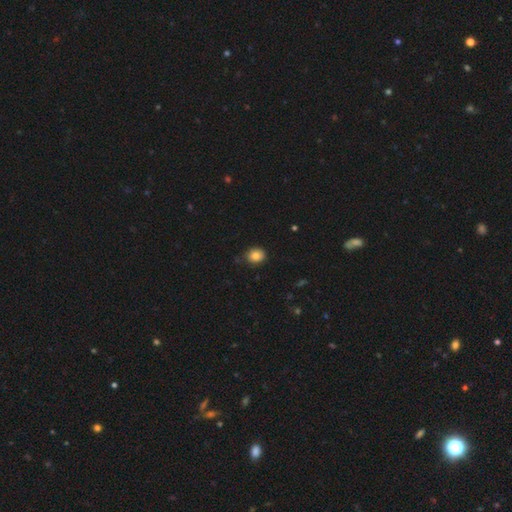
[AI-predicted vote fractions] Smooth or featured? Predicted: smooth (p=0.84). How rounded? Predicted: round (p=0.65). Merging? Predicted: none (p=0.83).